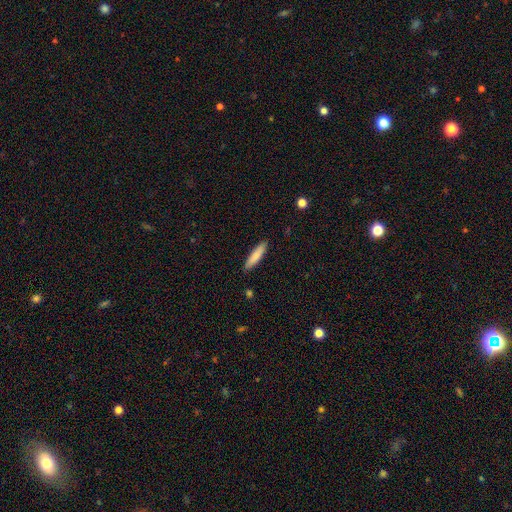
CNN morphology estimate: type=smooth (80%); roundness=cigar-shaped (80%); merging=none (89%).